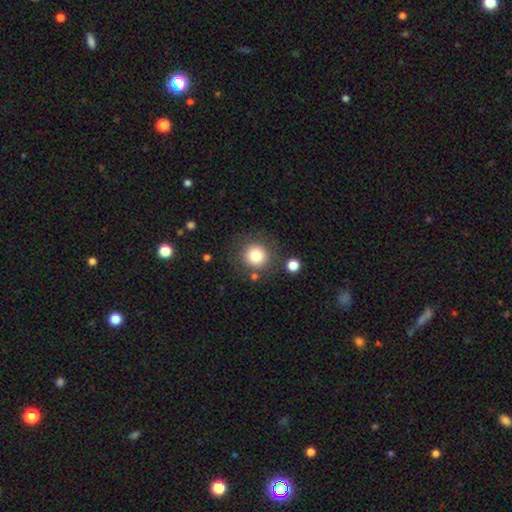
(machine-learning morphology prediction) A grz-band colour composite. It shows a smooth galaxy with no disk features (80%) that is round (94%). Merging: none (82%).